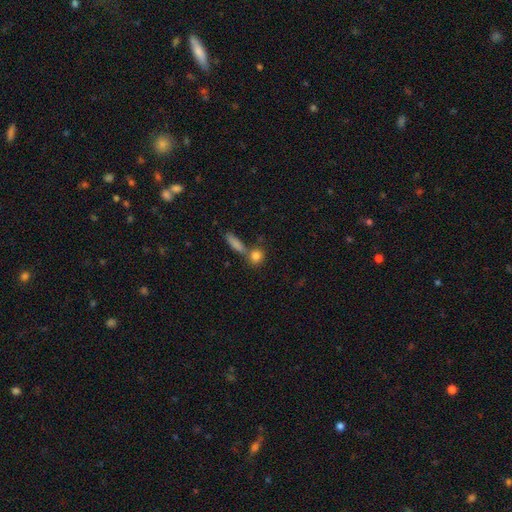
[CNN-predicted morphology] A smooth galaxy with no disk features (81%) that is round (73%). Merging: none (59%).